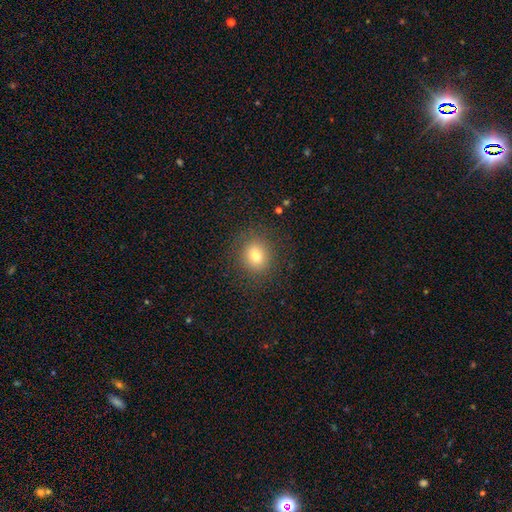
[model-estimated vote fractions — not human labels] Smooth or featured? Predicted: smooth (p=0.76). How rounded? Predicted: round (p=0.78). Merging? Predicted: none (p=0.87).